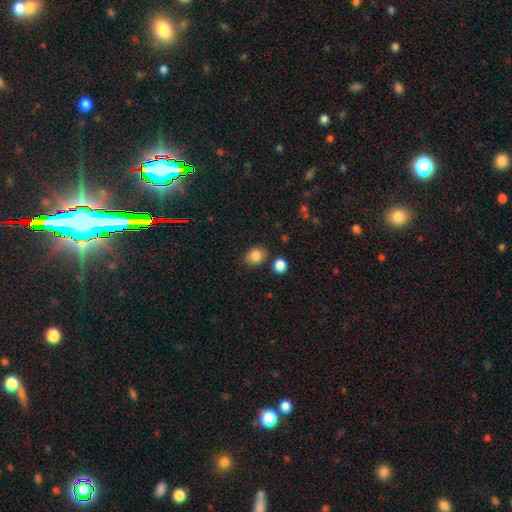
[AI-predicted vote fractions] smooth_or_featured: smooth (p=0.85) [alt: star or artifact p=0.09]
how_rounded: in between (p=0.52) [alt: round p=0.47]
merging: none (p=0.78) [alt: minor disturbance p=0.13]